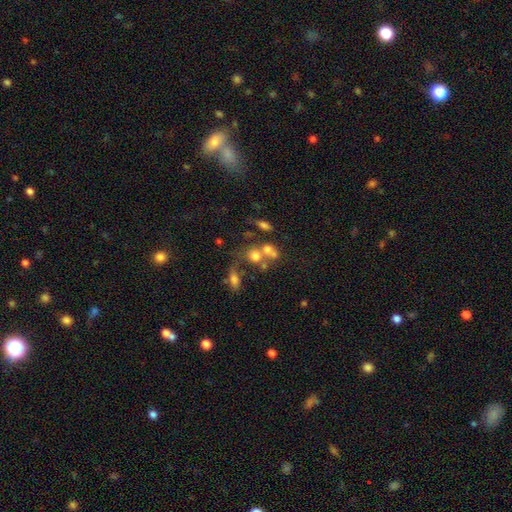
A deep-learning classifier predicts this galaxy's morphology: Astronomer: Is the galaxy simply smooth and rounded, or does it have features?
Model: smooth — 64%.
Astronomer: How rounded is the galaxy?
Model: round — 66%.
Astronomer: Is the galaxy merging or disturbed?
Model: merger — 48% (runner-up: none, 33%).